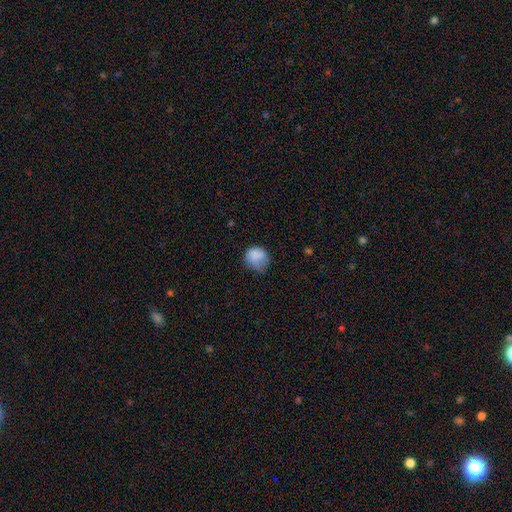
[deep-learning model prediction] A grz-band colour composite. It shows a smooth galaxy with no disk features (83%) that is round (71%). Merging: none (49%).